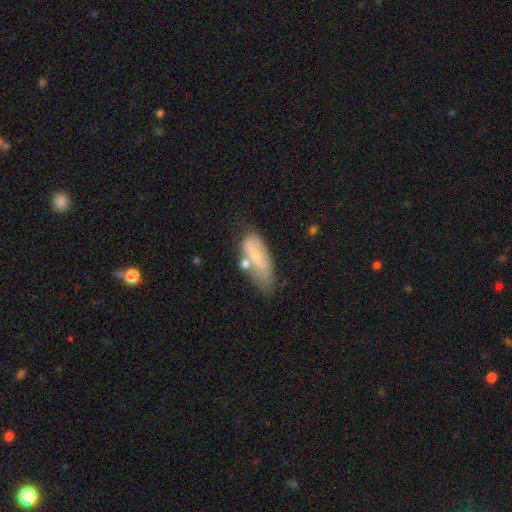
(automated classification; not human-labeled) The model was most divided on "smooth or featured": smooth: 49%, featured or disk: 43%, star or artifact: 7%. Remaining: merging — none (41%).